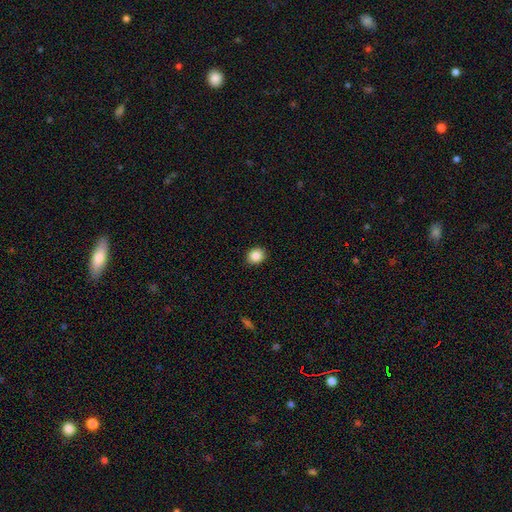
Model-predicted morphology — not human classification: The model was most divided on "how rounded": round: 72%, in between: 27%, cigar-shaped: 1%. More confident: merging — none (91%); smooth or featured — smooth (87%).